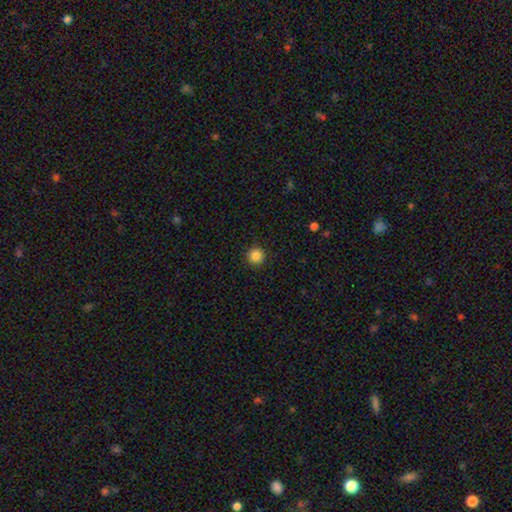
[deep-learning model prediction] Overall: smooth (86%). How rounded: round (96%). Merging: none (92%).